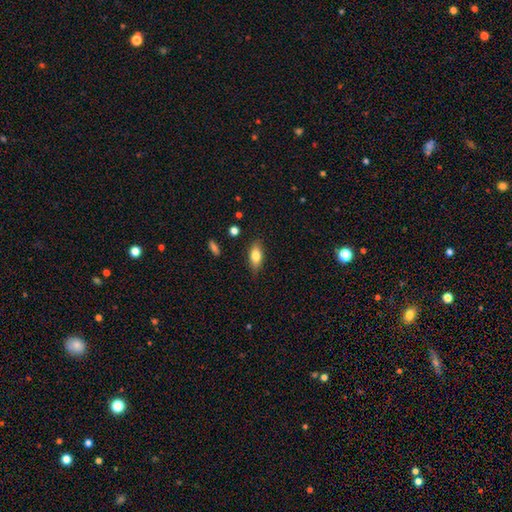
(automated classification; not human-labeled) Overall: smooth (77%). How rounded: in between (84%). Merging: none (82%).